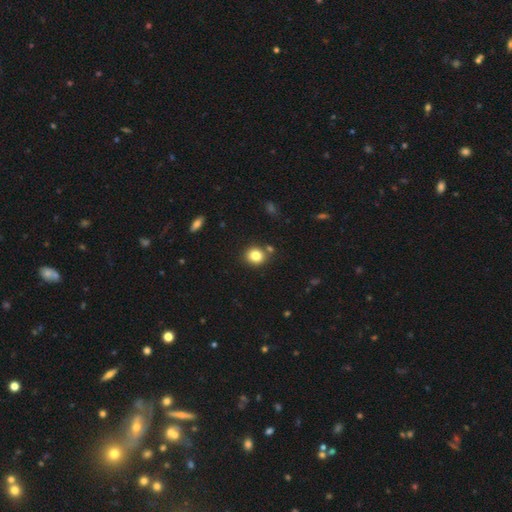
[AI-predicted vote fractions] This appears to be a smooth galaxy with no disk features (82%) that is round (80%). Merging: none (81%).